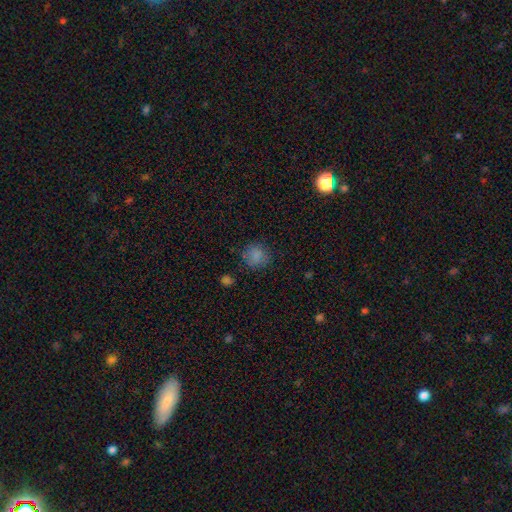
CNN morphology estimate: Smooth or featured? Predicted: smooth (p=0.81). How rounded? Predicted: round (p=0.86). Merging? Predicted: none (p=0.79).